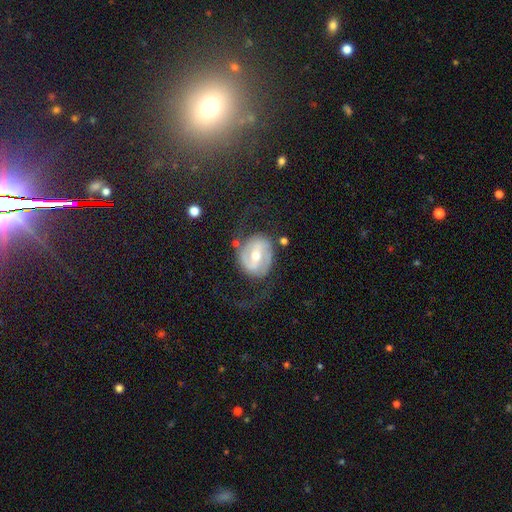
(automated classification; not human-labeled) The model was most divided on "bar": weak: 42%, strong: 39%, no: 19%. Remaining: edge-on disk — no (97%); spiral arms — yes (90%); spiral arm count — 2 (88%); smooth or featured — featured or disk (82%); bulge size — moderate (66%); merging — none (62%); spiral winding — medium (44%).